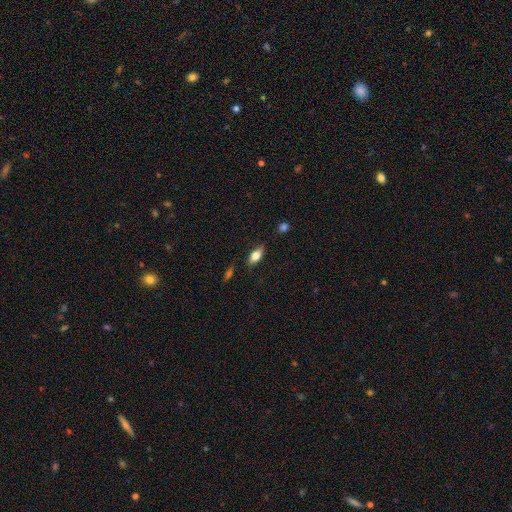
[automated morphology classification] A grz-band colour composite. It shows a smooth galaxy with no disk features (70%) that is in between round and cigar-shaped (83%). Merging: none (83%).